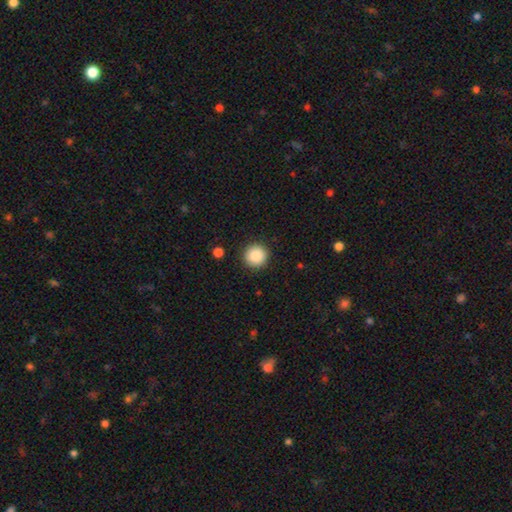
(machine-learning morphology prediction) type=smooth (88%); roundness=round (95%); merging=none (91%).